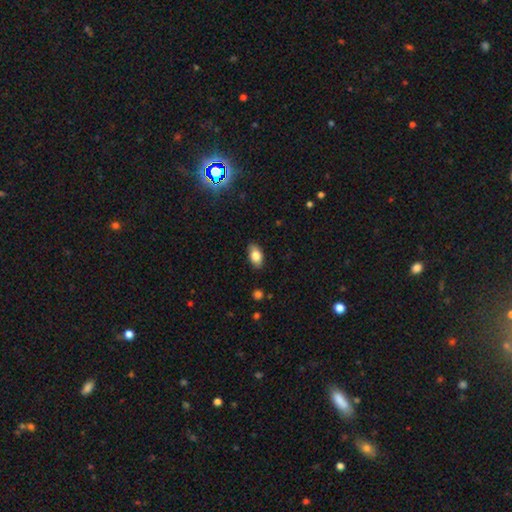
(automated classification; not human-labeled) smooth-or-featured: smooth: 80% | featured or disk: 12% | star or artifact: 8%
  how-rounded: in between: 91% | round: 6% | cigar-shaped: 3%
  merging: none: 84% | minor disturbance: 12% | major disturbance: 2% | merger: 1%